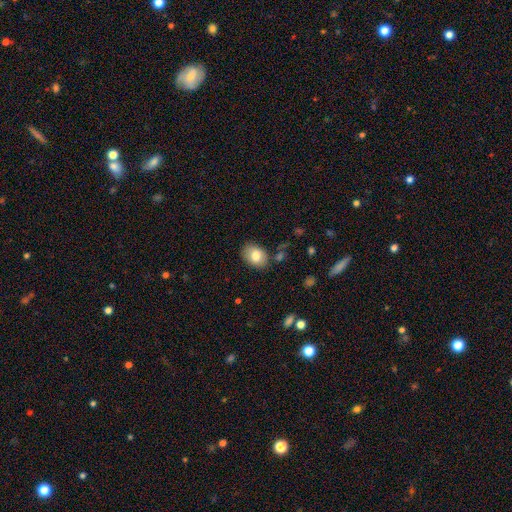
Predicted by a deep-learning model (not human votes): smooth_or_featured: smooth (p=0.78) [alt: featured or disk p=0.14]
how_rounded: in between (p=0.75) [alt: round p=0.24]
merging: none (p=0.80) [alt: minor disturbance p=0.13]